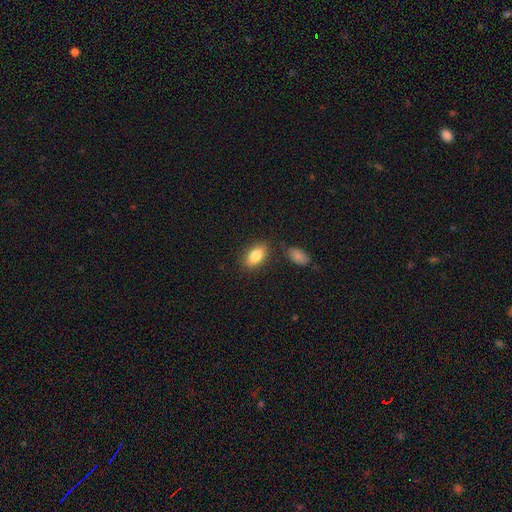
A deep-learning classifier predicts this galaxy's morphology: Smooth or featured? smooth (85%)
How rounded? in between (91%)
Merging? none (80%)